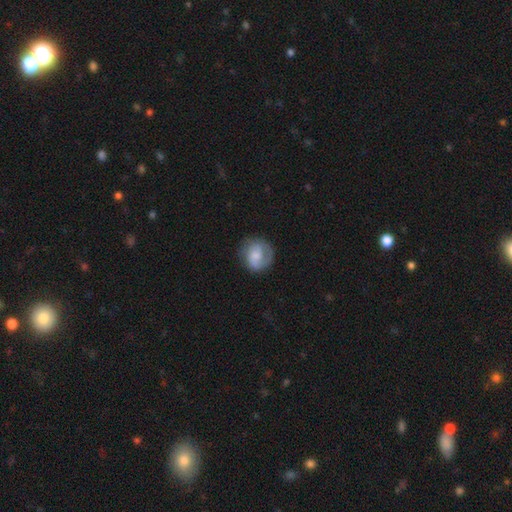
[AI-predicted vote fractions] Smooth or featured: smooth — 56% (featured or disk — 37%)
How rounded: round — 78% (in between — 21%)
Merging: none — 65% (minor disturbance — 22%)